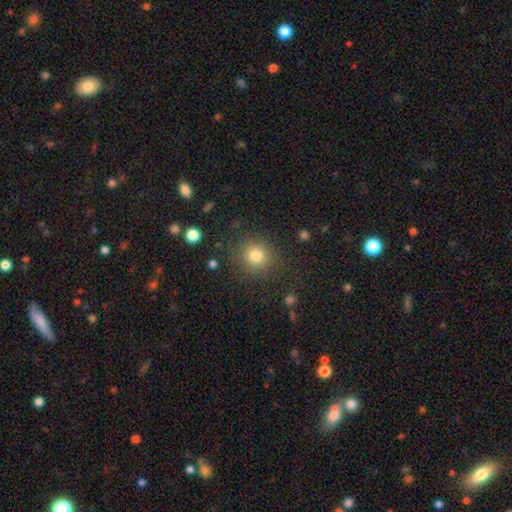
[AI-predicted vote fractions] Smooth or featured?
  - smooth: 80% *
  - star or artifact: 13%
  - featured or disk: 7%
How rounded?
  - round: 90% *
  - in between: 9%
  - cigar-shaped: 1%
Merging?
  - none: 86% *
  - minor disturbance: 8%
  - major disturbance: 4%
  - merger: 2%